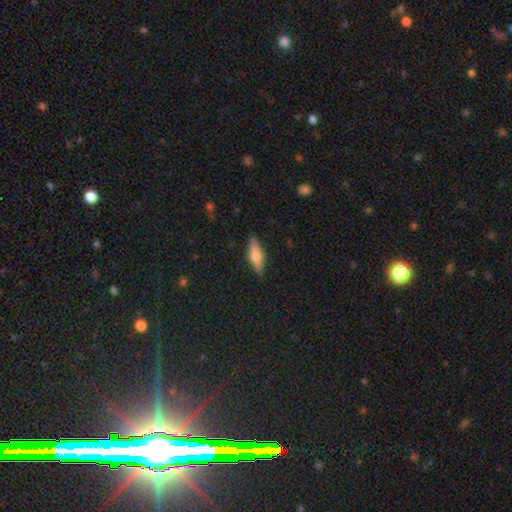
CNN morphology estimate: This appears to be a smooth galaxy with no disk features (61%) that is cigar-shaped (57%). Merging: none (85%).